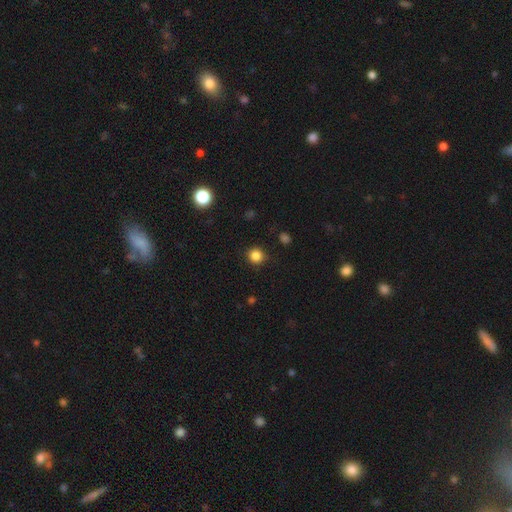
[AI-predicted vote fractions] smooth 84%, star or artifact 12%, featured or disk 4%. Down the decision tree: how rounded — round (92%); merging — none (89%).